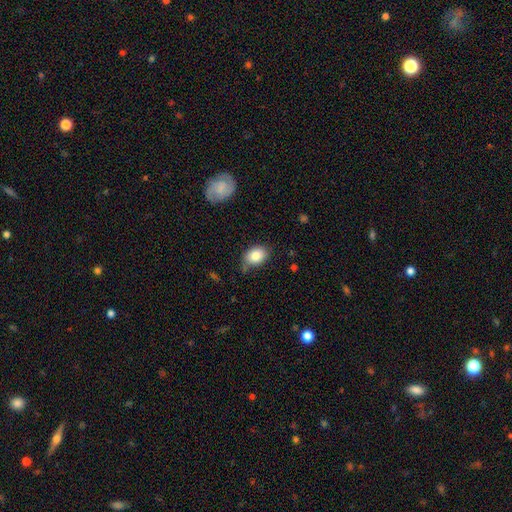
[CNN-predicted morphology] A smooth galaxy with no disk features (84%) that is in between round and cigar-shaped (75%). Merging: none (67%).